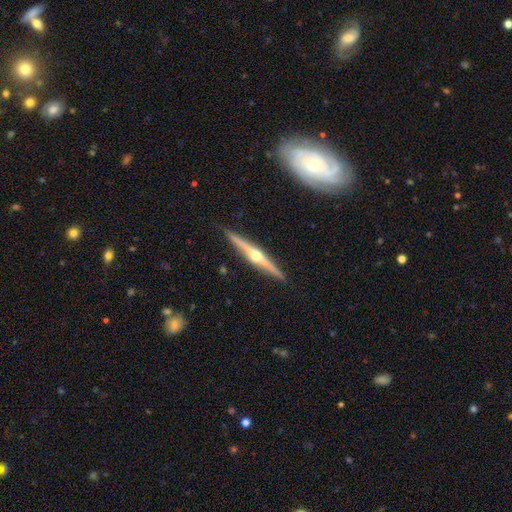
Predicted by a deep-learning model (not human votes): Smooth or featured? Predicted: featured or disk (p=0.85). Edge-on disk? Predicted: yes (p=0.98). Edge-on bulge? Predicted: rounded (p=0.94). Merging? Predicted: none (p=0.90).